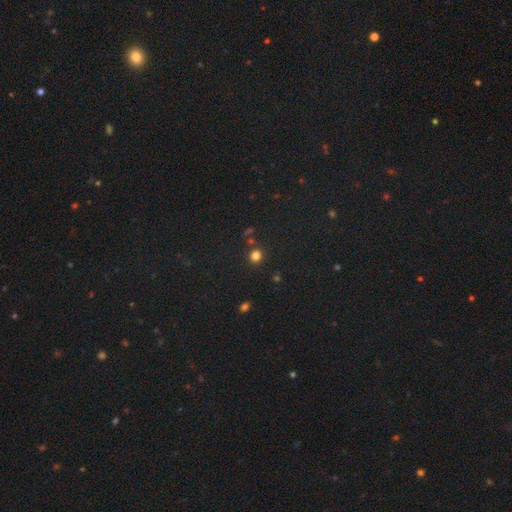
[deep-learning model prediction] Overall: smooth (78%). How rounded: round (88%). Merging: none (84%).